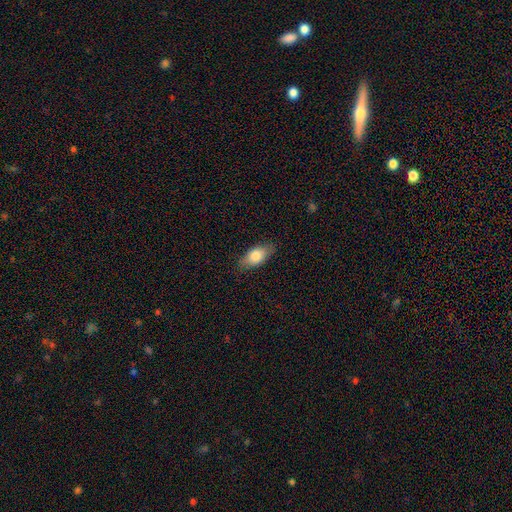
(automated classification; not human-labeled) The model was most divided on "smooth or featured": smooth: 80%, featured or disk: 13%, star or artifact: 7%. More confident: how rounded — in between (89%); merging — none (81%).